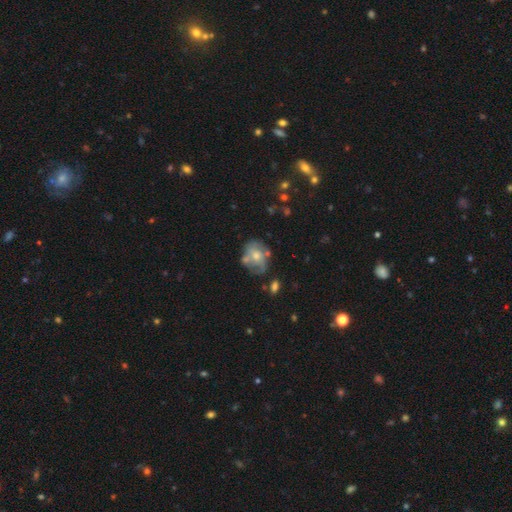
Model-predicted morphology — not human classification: Q: Smooth or featured?
A: featured or disk (52%); runner-up: smooth (40%)
Q: Edge-on disk?
A: no (96%); runner-up: yes (4%)
Q: Merging?
A: none (47%); runner-up: minor disturbance (26%)